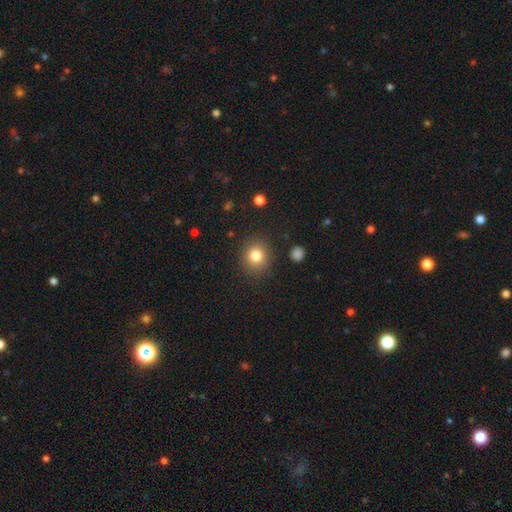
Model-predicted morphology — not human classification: Smooth or featured? Predicted: smooth (p=0.82). How rounded? Predicted: round (p=0.84). Merging? Predicted: none (p=0.87).